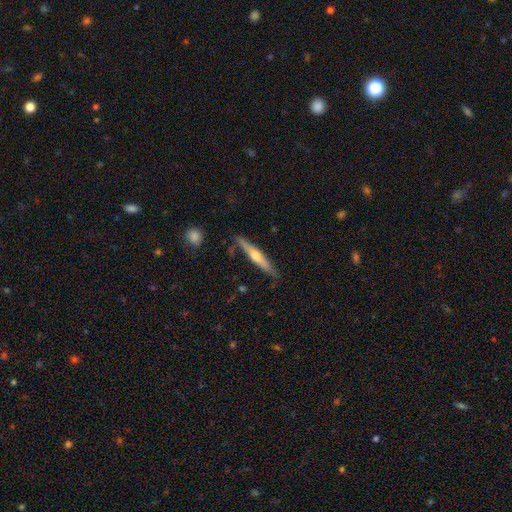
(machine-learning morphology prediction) A featured or disk galaxy (59%) viewed edge-on (96%) with a rounded central bulge (87%).

Vote fractions:
- Smooth or featured? featured or disk: 59% / smooth: 36% / star or artifact: 6%
- Edge-on disk? yes: 96% / no: 4%
- Edge-on bulge? rounded: 87% / none: 8% / boxy: 4%
- Merging? none: 83% / minor disturbance: 12% / merger: 3% / major disturbance: 2%